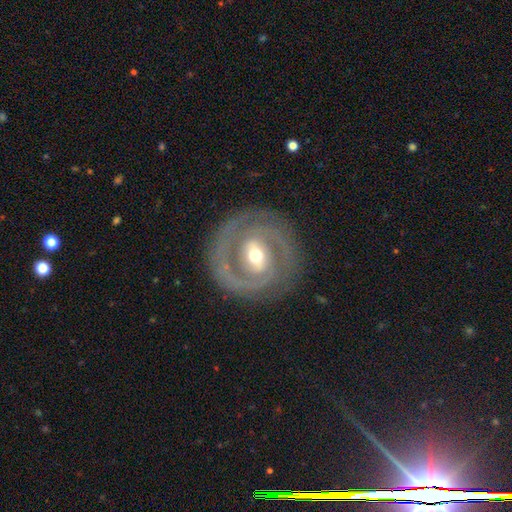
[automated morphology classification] featured or disk 84%, smooth 11%, star or artifact 5%. Down the decision tree: edge-on disk — no (96%); bar — weak (41%); spiral arms — yes (83%); spiral arm count — 2 (73%); spiral winding — tight (59%); bulge size — moderate (64%); merging — none (81%).